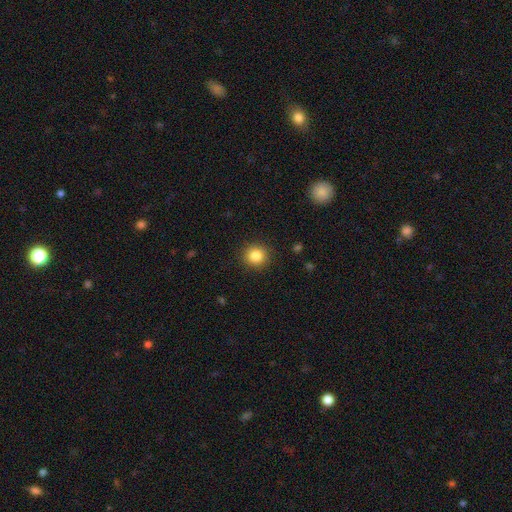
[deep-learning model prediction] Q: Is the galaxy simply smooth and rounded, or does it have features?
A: smooth — 85%.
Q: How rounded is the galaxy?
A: round — 90%.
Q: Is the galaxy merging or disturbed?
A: none — 90%.